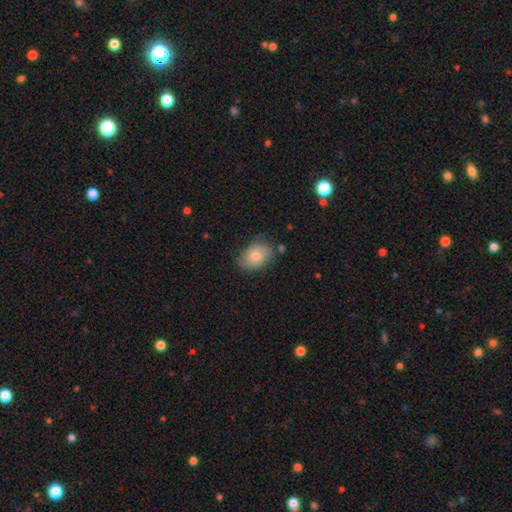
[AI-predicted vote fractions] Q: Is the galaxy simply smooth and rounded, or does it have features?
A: smooth — 72%.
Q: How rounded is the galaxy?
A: in between — 81%.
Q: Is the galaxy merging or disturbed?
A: none — 73%.